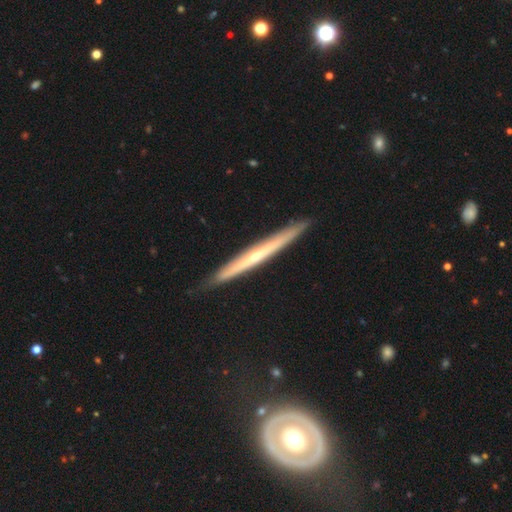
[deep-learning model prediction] Overall: featured or disk (67%; smooth 27%). Edge-on disk: yes (96%). Edge-on bulge: rounded (52%; none 45%). Merging: none (88%).